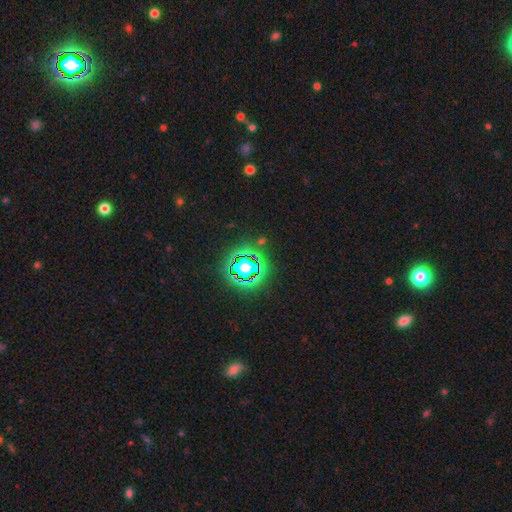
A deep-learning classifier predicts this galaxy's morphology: Smooth or featured? star or artifact (81%)